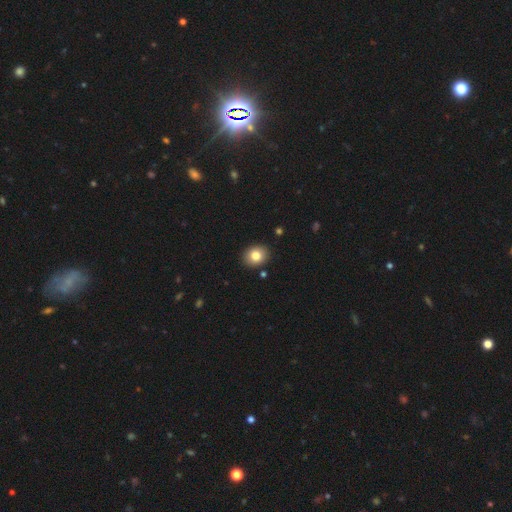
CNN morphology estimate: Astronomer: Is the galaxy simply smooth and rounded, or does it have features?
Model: smooth — 82%.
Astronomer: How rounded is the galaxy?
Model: round — 54% (runner-up: in between, 45%).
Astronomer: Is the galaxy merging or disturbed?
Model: none — 89%.